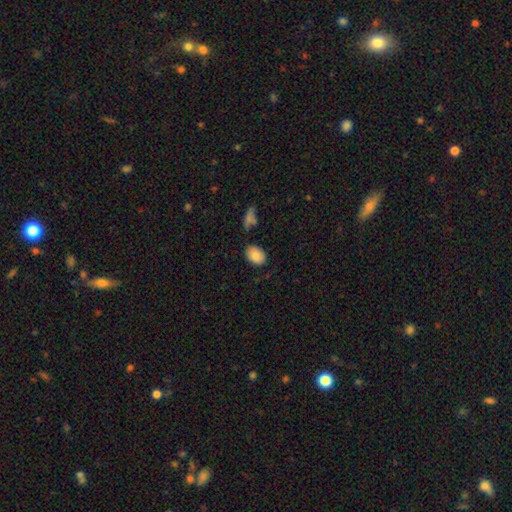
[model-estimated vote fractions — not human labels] Smooth or featured?
  - smooth: 82% *
  - featured or disk: 10%
  - star or artifact: 8%
How rounded?
  - in between: 78% *
  - round: 20%
  - cigar-shaped: 1%
Merging?
  - none: 79% *
  - minor disturbance: 14%
  - merger: 4%
  - major disturbance: 3%